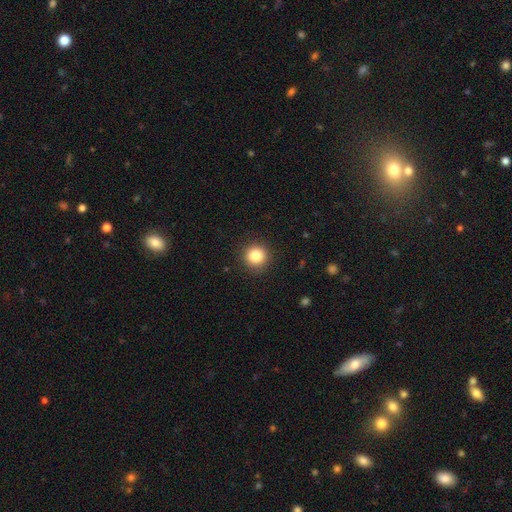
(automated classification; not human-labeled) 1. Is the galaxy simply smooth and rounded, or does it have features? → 84% smooth, 10% star or artifact, 5% featured or disk.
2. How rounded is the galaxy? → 94% round, 5% in between, 1% cigar-shaped.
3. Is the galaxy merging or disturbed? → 92% none, 6% minor disturbance, 2% major disturbance, 1% merger.